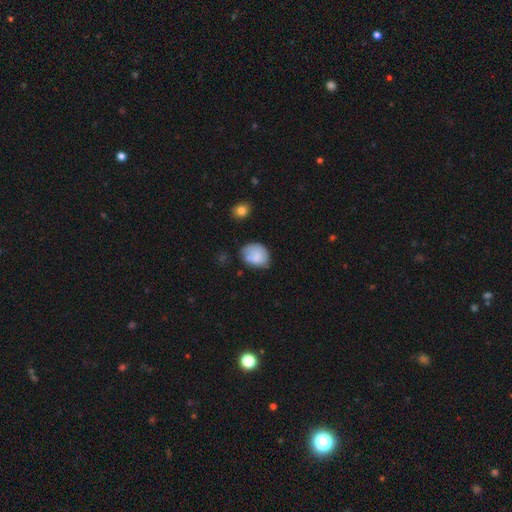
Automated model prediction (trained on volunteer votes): Smooth or featured?
  - smooth: 75% *
  - featured or disk: 17%
  - star or artifact: 8%
How rounded?
  - in between: 60% *
  - round: 39%
  - cigar-shaped: 1%
Merging?
  - none: 53% *
  - minor disturbance: 31%
  - major disturbance: 10%
  - merger: 7%